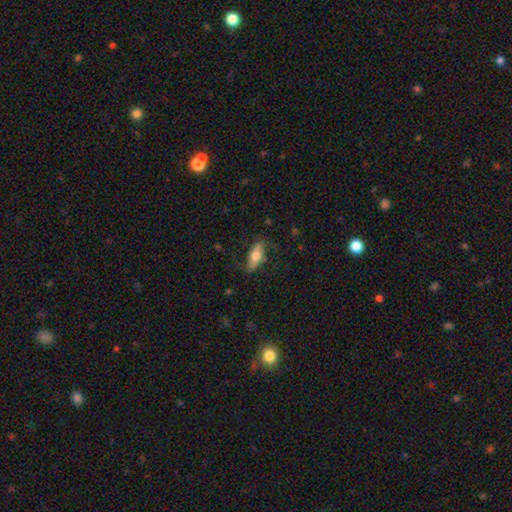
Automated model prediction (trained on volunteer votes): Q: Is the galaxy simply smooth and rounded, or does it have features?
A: smooth — 62%.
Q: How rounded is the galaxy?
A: in between — 67%.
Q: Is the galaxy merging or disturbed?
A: none — 76%.